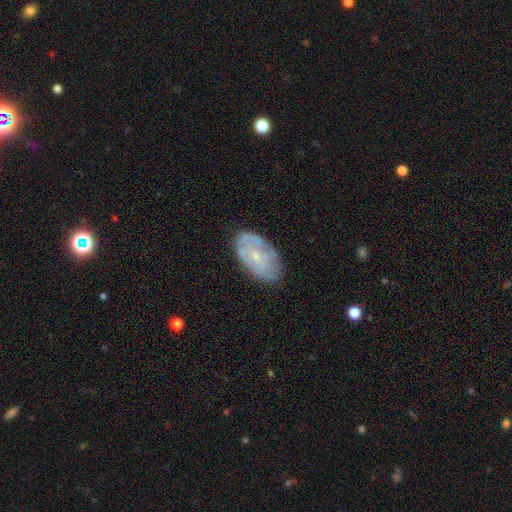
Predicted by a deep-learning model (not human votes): A featured or disk galaxy (54%) with no bar (76%), no spiral arms (53%) and a small central bulge (70%).

Vote fractions:
- Smooth or featured? featured or disk: 54% / smooth: 38% / star or artifact: 7%
- Edge-on disk? no: 94% / yes: 6%
- Bar? no: 76% / weak: 20% / strong: 4%
- Spiral arms? no: 53% / yes: 47%
- Bulge size? small: 70% / moderate: 24% / none: 4% / large: 1% / dominant: 1%
- Merging? none: 70% / minor disturbance: 22% / major disturbance: 6% / merger: 2%